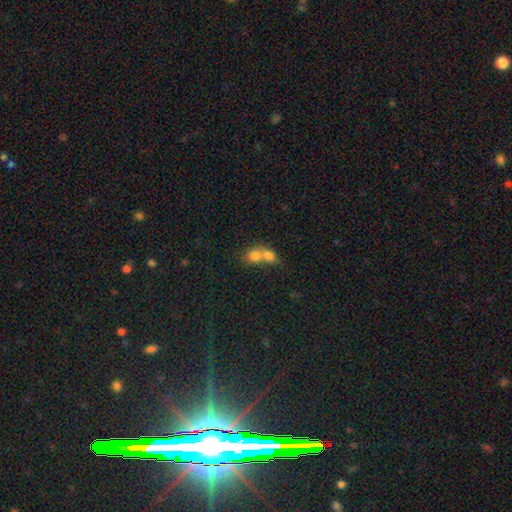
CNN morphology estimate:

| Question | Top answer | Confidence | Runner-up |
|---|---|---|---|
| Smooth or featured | smooth | 75% | featured or disk (15%) |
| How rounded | round | 62% | in between (37%) |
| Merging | merger | 75% | none (18%) |